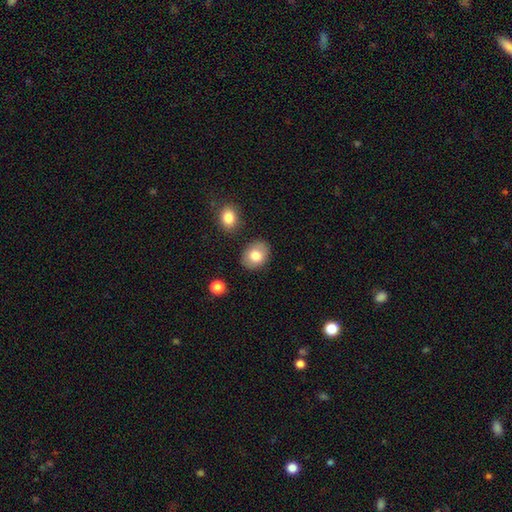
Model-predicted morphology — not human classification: Q: Smooth or featured?
A: smooth (80%); runner-up: featured or disk (12%)
Q: How rounded?
A: in between (56%); runner-up: round (43%)
Q: Merging?
A: none (84%); runner-up: minor disturbance (10%)